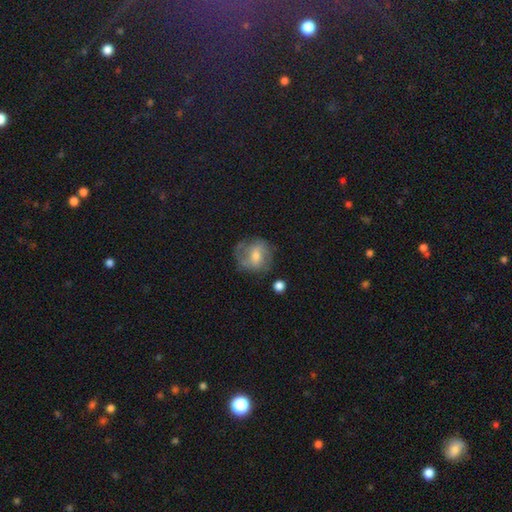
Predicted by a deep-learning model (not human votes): Smooth or featured? Predicted: smooth (p=0.47). Merging? Predicted: none (p=0.58).